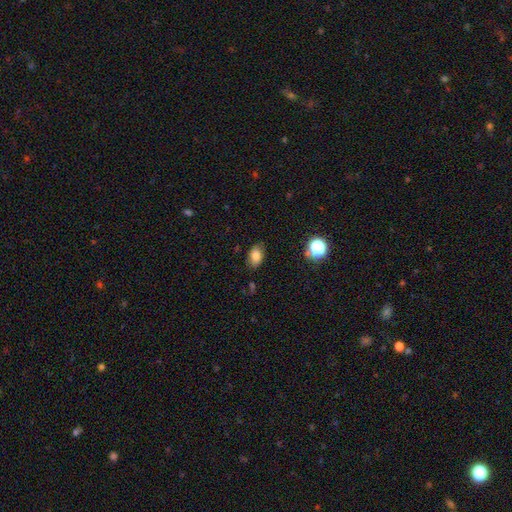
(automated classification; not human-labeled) The model was most divided on "merging": none: 81%, minor disturbance: 14%, major disturbance: 3%, merger: 1%. More confident: how rounded — in between (86%); smooth or featured — smooth (80%).